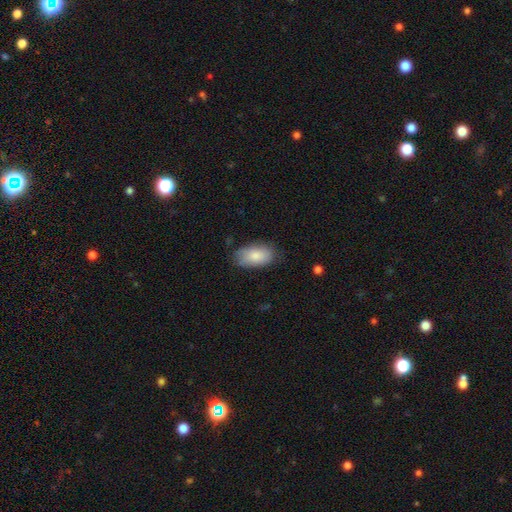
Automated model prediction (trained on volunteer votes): A smooth galaxy with no disk features (84%) that is in between round and cigar-shaped (94%).

Vote fractions:
- Smooth or featured? smooth: 84% / featured or disk: 10% / star or artifact: 6%
- How rounded? in between: 94% / round: 4% / cigar-shaped: 2%
- Merging? none: 74% / minor disturbance: 20% / major disturbance: 5% / merger: 1%